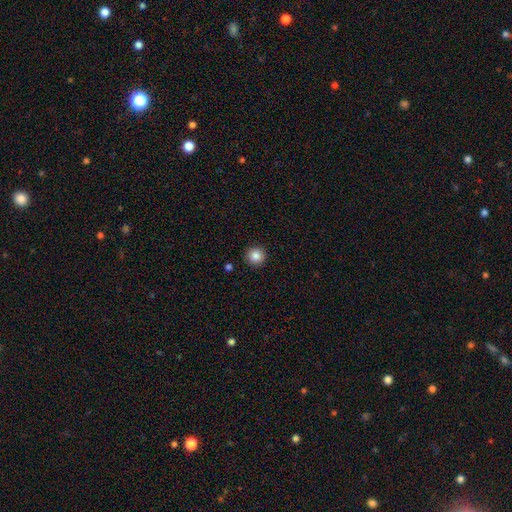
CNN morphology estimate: Smooth or featured?
  - smooth: 85% *
  - star or artifact: 10%
  - featured or disk: 5%
How rounded?
  - round: 96% *
  - in between: 3%
  - cigar-shaped: 1%
Merging?
  - none: 93% *
  - minor disturbance: 5%
  - major disturbance: 2%
  - merger: 1%